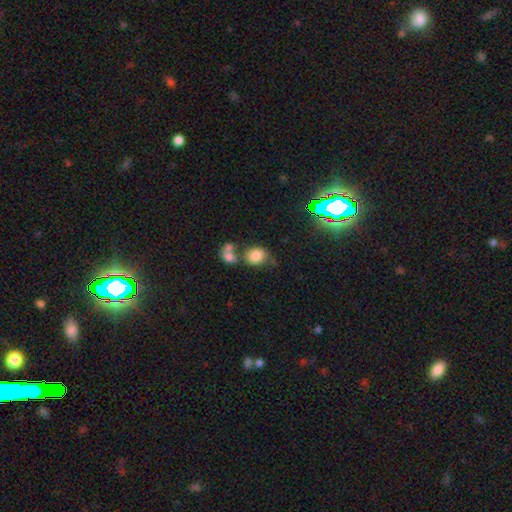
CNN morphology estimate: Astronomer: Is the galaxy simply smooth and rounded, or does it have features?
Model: smooth — 80%.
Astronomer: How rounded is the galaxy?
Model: round — 57% (runner-up: in between, 41%).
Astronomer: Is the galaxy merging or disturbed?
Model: none — 50% (runner-up: merger, 29%).